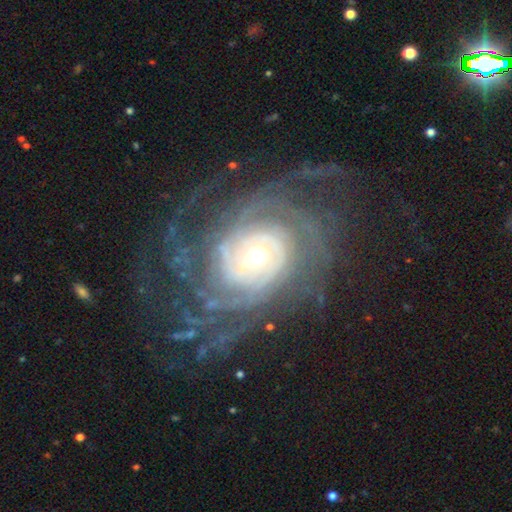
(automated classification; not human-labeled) The model was most divided on "spiral arm count": can't tell: 27%, more than 4: 21%, 4: 15%, 2: 15%, 3: 13%, 1: 9%. More confident: spiral arms — yes (97%); edge-on disk — no (97%); smooth or featured — featured or disk (90%); spiral winding — tight (71%); merging — none (69%); bar — no (67%); bulge size — moderate (63%).